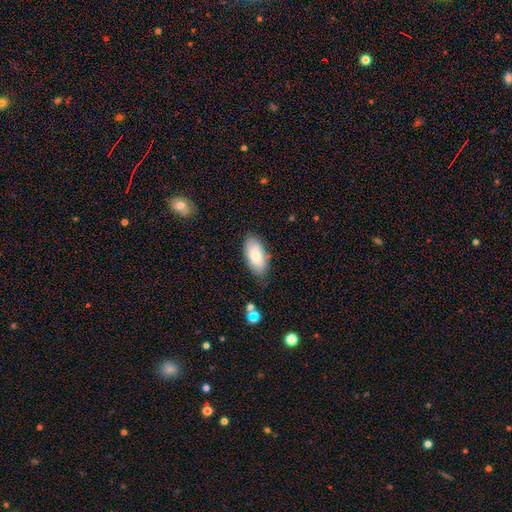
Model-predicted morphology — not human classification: This is likely a smooth galaxy (79%). How rounded: clearly in between (93%). Merging: likely none (78%).